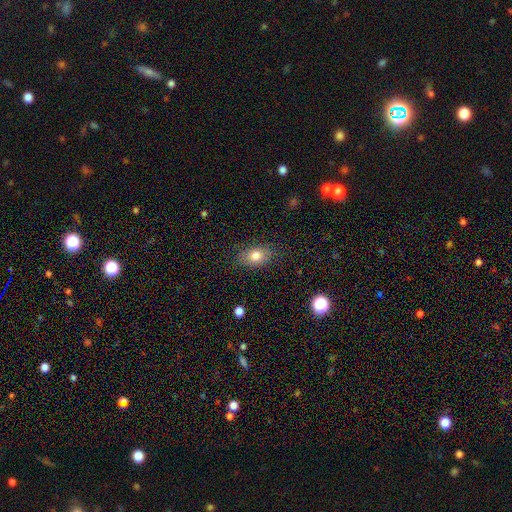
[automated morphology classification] A smooth galaxy with no disk features (79%) that is in between round and cigar-shaped (80%).

Vote fractions:
- Smooth or featured? smooth: 79% / featured or disk: 11% / star or artifact: 9%
- How rounded? in between: 80% / round: 18% / cigar-shaped: 2%
- Merging? none: 82% / minor disturbance: 13% / major disturbance: 4% / merger: 1%